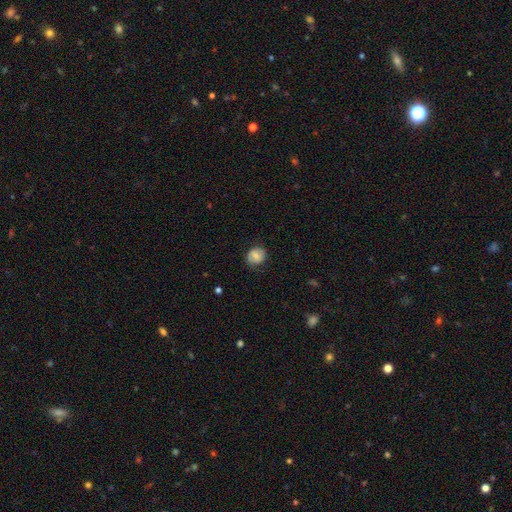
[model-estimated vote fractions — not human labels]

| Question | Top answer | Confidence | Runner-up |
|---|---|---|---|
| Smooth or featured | smooth | 71% | featured or disk (21%) |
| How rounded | round | 69% | in between (30%) |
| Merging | none | 76% | minor disturbance (18%) |